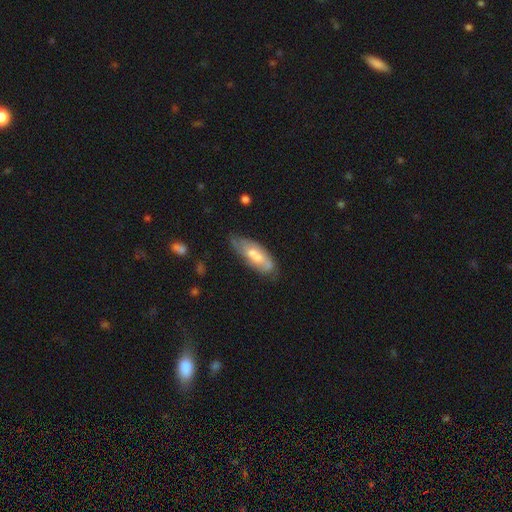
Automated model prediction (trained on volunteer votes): The model was most divided on "smooth or featured": featured or disk: 49%, smooth: 45%, star or artifact: 6%. Remaining: merging — none (48%).